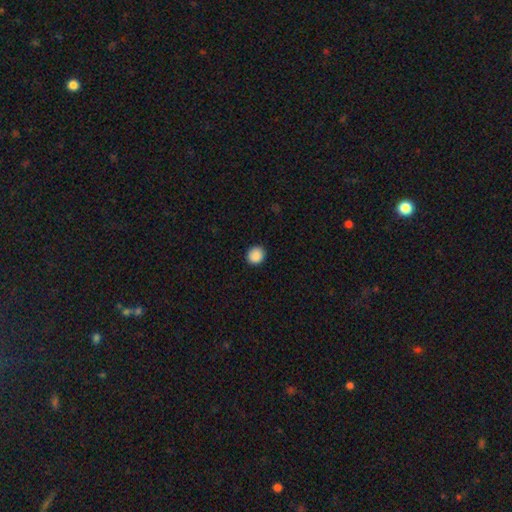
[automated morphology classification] smooth 89%, star or artifact 9%, featured or disk 2%. Down the decision tree: how rounded — round (88%); merging — none (92%).